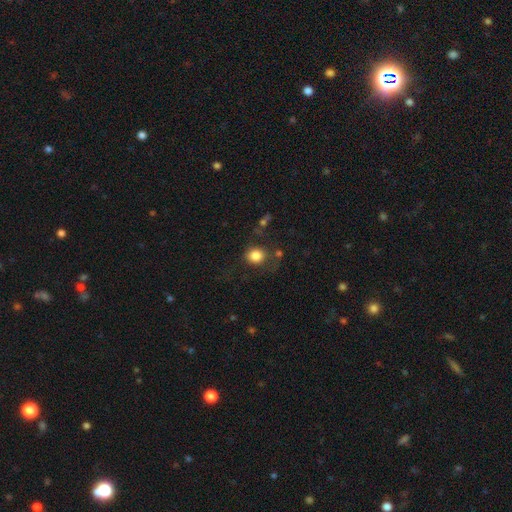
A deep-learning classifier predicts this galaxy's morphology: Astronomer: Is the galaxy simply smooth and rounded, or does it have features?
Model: smooth — 83%.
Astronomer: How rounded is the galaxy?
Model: round — 76%.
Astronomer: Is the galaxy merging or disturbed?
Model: none — 67%.